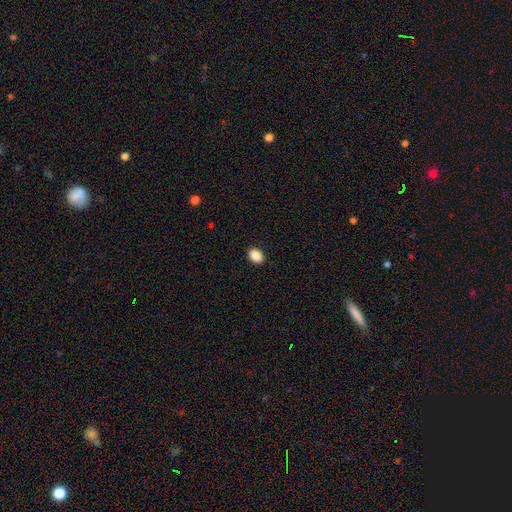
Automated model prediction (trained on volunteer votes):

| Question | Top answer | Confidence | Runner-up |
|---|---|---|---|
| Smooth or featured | smooth | 89% | star or artifact (8%) |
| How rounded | in between | 83% | round (16%) |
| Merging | none | 90% | minor disturbance (7%) |